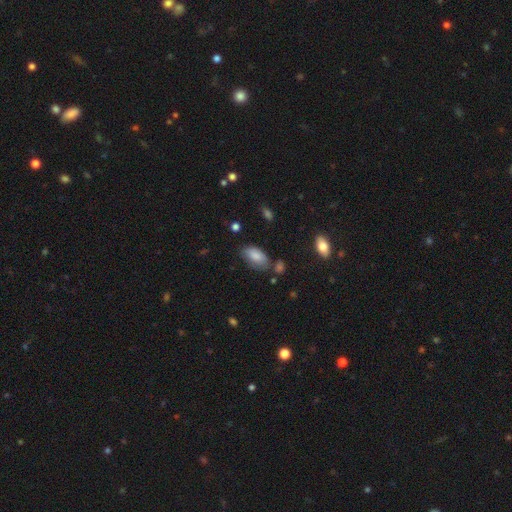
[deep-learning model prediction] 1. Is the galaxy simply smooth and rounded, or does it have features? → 84% smooth, 9% featured or disk, 7% star or artifact.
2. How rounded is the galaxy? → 93% in between, 4% cigar-shaped, 3% round.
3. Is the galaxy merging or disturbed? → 63% none, 24% minor disturbance, 7% major disturbance, 6% merger.